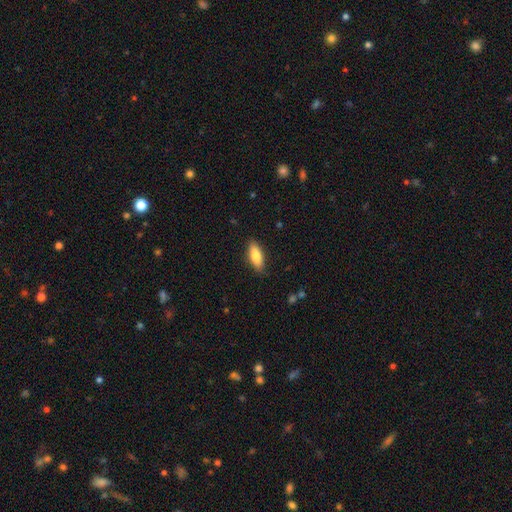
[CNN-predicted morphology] Smooth or featured: smooth — 81% (featured or disk — 13%)
How rounded: in between — 69% (cigar-shaped — 29%)
Merging: none — 86% (minor disturbance — 11%)